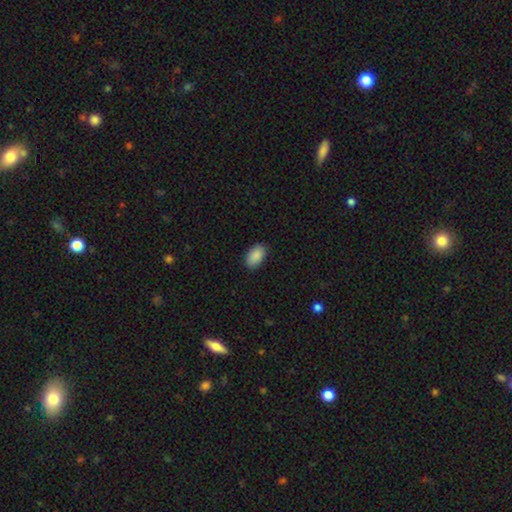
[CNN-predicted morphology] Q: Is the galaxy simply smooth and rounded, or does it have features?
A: smooth — 90%.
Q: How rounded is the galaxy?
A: in between — 93%.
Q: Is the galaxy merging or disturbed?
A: none — 87%.